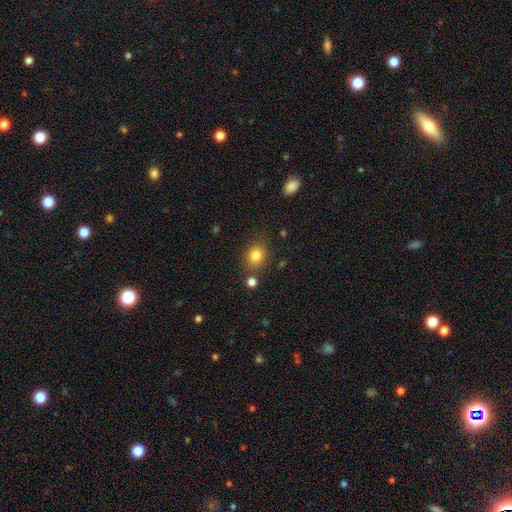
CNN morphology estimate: smooth 82%, star or artifact 12%, featured or disk 7%. Down the decision tree: how rounded — round (63%); merging — none (78%).